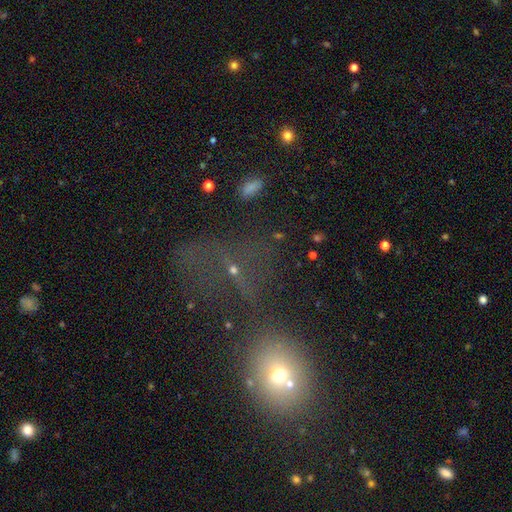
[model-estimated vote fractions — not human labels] A star or artifact, not a galaxy (43%).

Vote fractions:
- Smooth or featured? star or artifact: 43% / smooth: 35% / featured or disk: 22%